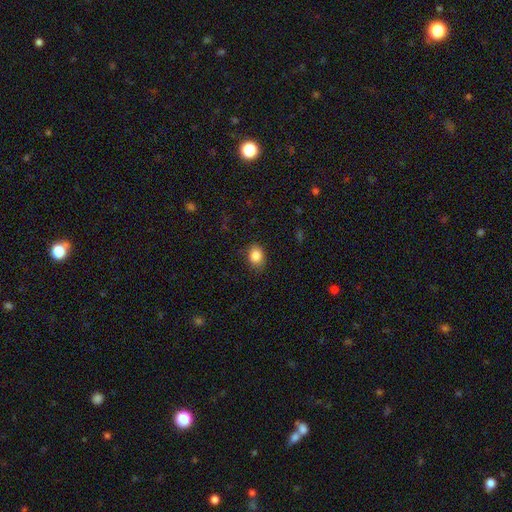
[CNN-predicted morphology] A smooth galaxy with no disk features (86%) that is in between round and cigar-shaped (56%).

Vote fractions:
- Smooth or featured? smooth: 86% / star or artifact: 9% / featured or disk: 5%
- How rounded? in between: 56% / round: 43% / cigar-shaped: 1%
- Merging? none: 78% / minor disturbance: 17% / major disturbance: 4% / merger: 1%